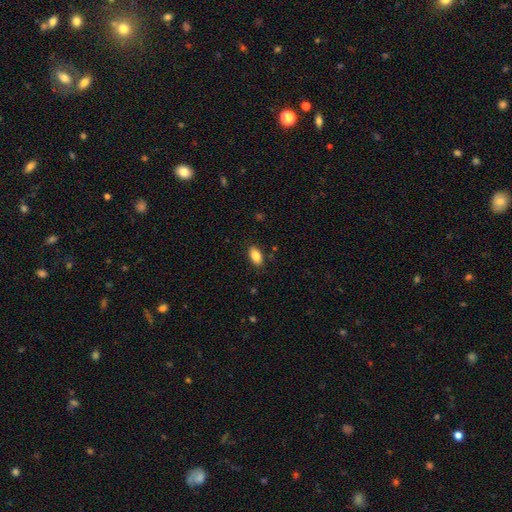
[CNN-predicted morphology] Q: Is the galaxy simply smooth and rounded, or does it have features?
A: smooth — 86%.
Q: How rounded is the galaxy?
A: in between — 92%.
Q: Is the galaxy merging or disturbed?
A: none — 87%.